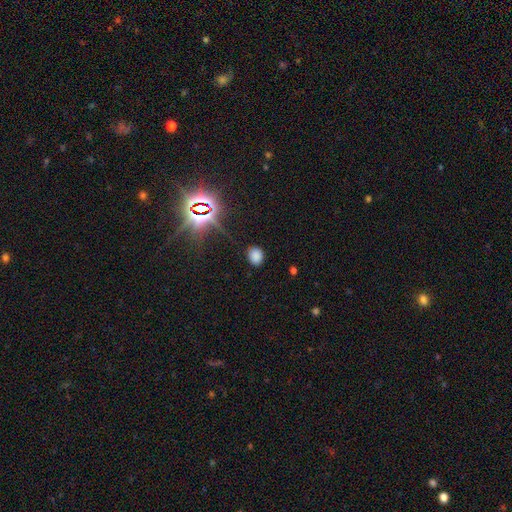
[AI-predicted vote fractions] A smooth galaxy with no disk features (75%) that is round (54%).

Vote fractions:
- Smooth or featured? smooth: 75% / star or artifact: 19% / featured or disk: 5%
- How rounded? round: 54% / in between: 44% / cigar-shaped: 1%
- Merging? none: 85% / minor disturbance: 10% / major disturbance: 3% / merger: 1%